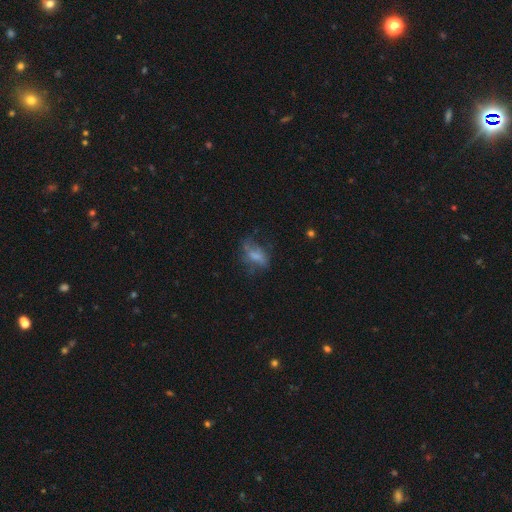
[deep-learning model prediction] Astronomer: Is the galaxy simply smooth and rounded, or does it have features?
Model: smooth — 57%.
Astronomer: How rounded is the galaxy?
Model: in between — 83%.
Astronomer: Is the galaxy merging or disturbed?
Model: none — 42% (runner-up: major disturbance, 29%).